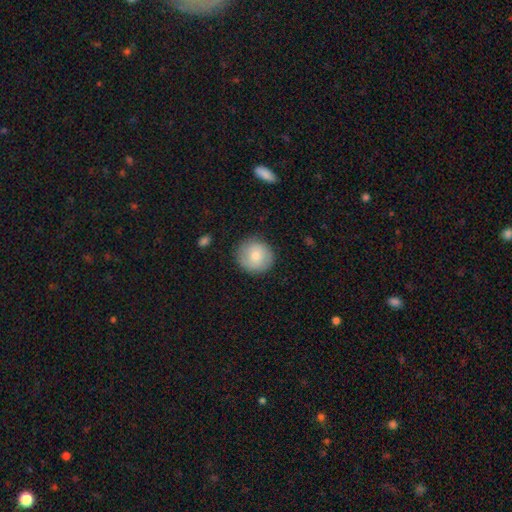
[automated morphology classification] This appears to be a smooth galaxy with no disk features (76%) that is round (93%). Merging: none (86%).